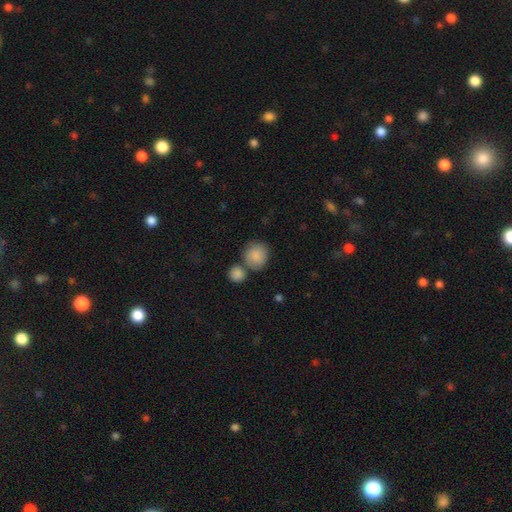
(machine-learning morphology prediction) type=smooth (87%); roundness=round (83%); merging=none (56%).